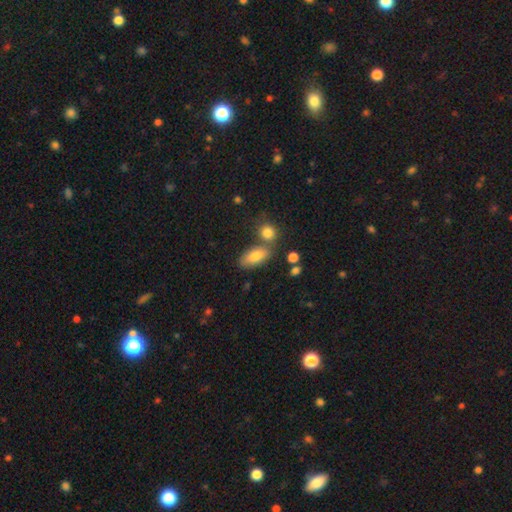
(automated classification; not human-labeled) Q: Smooth or featured?
A: smooth (80%); runner-up: featured or disk (13%)
Q: How rounded?
A: in between (84%); runner-up: cigar-shaped (11%)
Q: Merging?
A: none (64%); runner-up: merger (20%)